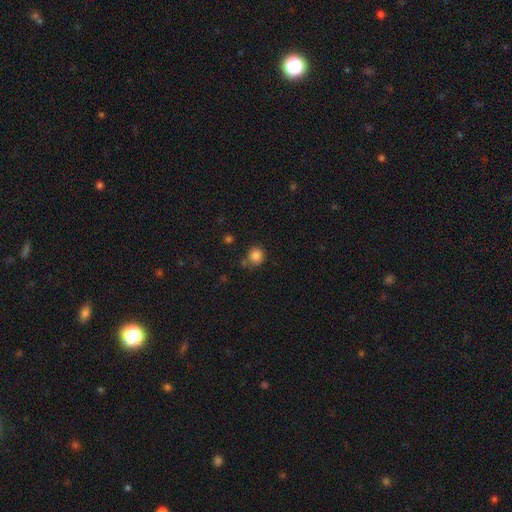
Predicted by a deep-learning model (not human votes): smooth-or-featured: smooth: 85% | star or artifact: 11% | featured or disk: 4%
  how-rounded: round: 89% | in between: 10% | cigar-shaped: 1%
  merging: none: 71% | minor disturbance: 15% | merger: 10% | major disturbance: 4%